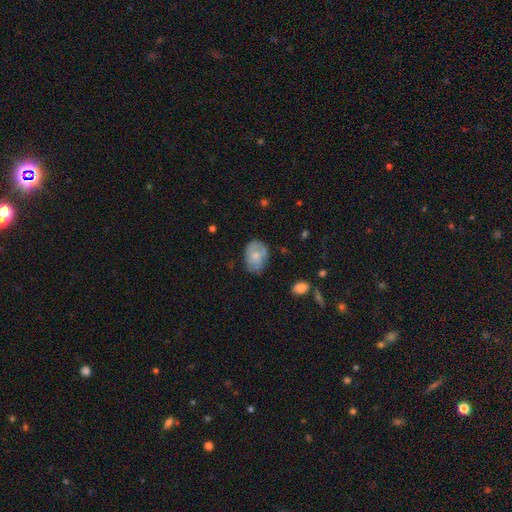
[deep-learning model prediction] Smooth or featured? smooth (65%)
How rounded? in between (68%)
Merging? none (67%)